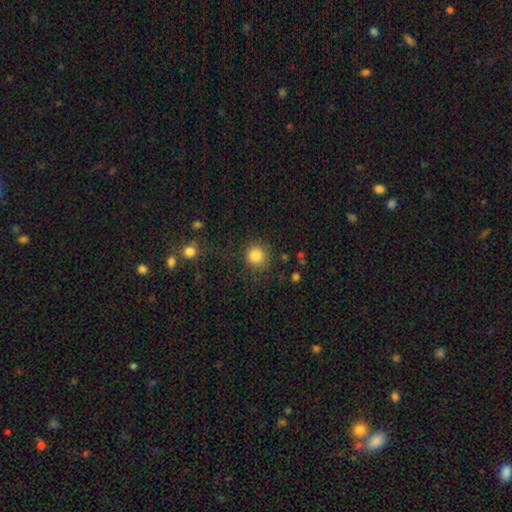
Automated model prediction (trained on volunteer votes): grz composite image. It shows a smooth galaxy with no disk features (85%) that is round (90%). Merging: none (84%).